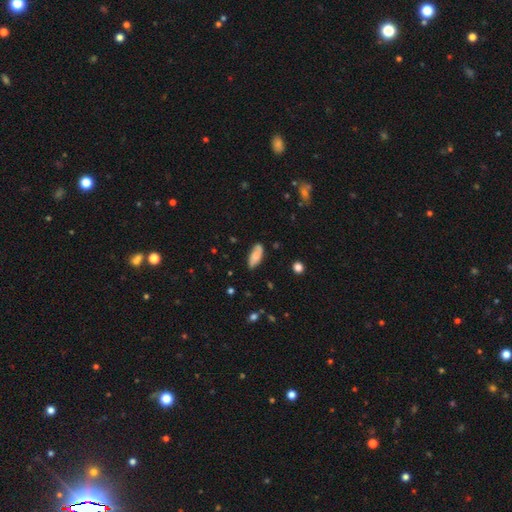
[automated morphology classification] Smooth or featured?
  - smooth: 67% *
  - featured or disk: 26%
  - star or artifact: 8%
How rounded?
  - in between: 81% *
  - cigar-shaped: 17%
  - round: 2%
Merging?
  - none: 74% *
  - minor disturbance: 20%
  - major disturbance: 4%
  - merger: 2%